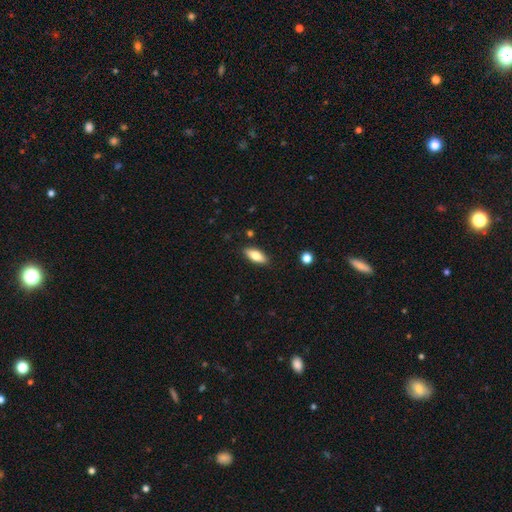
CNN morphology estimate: Smooth or featured? Predicted: smooth (p=0.72). How rounded? Predicted: in between (p=0.74). Merging? Predicted: none (p=0.88).